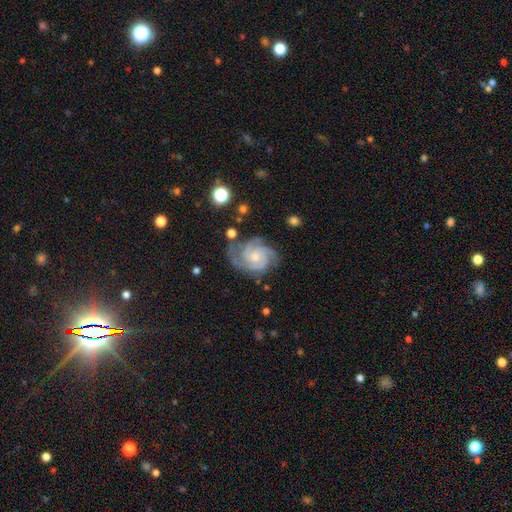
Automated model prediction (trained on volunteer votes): A featured or disk galaxy (89%) with no bar (71%), 3 (52%) tight (61%) spiral arms (98%) and a small central bulge (59%).

Vote fractions:
- Smooth or featured? featured or disk: 89% / smooth: 6% / star or artifact: 5%
- Edge-on disk? no: 98% / yes: 2%
- Bar? no: 71% / weak: 25% / strong: 5%
- Spiral arms? yes: 98% / no: 2%
- Spiral winding? tight: 61% / medium: 34% / loose: 5%
- Spiral arm count? 3: 52% / 4: 19% / 2: 11% / can't tell: 9% / more than 4: 4% / 1: 4%
- Bulge size? small: 59% / moderate: 34% / none: 4% / large: 2% / dominant: 1%
- Merging? none: 71% / minor disturbance: 19% / major disturbance: 8% / merger: 2%